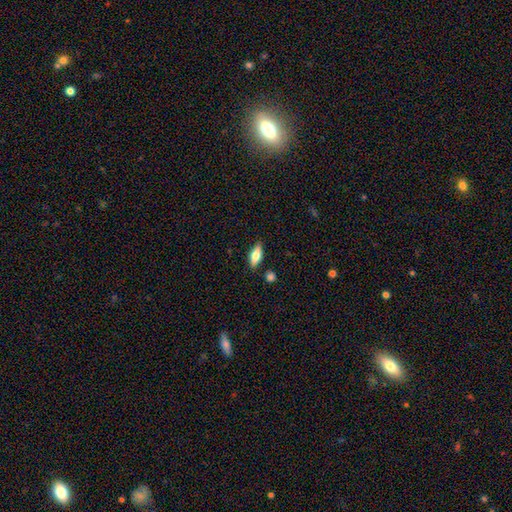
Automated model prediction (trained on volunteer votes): Smooth or featured?
  - smooth: 64% *
  - featured or disk: 29%
  - star or artifact: 7%
How rounded?
  - in between: 71% *
  - cigar-shaped: 26%
  - round: 3%
Merging?
  - none: 84% *
  - minor disturbance: 10%
  - merger: 3%
  - major disturbance: 2%